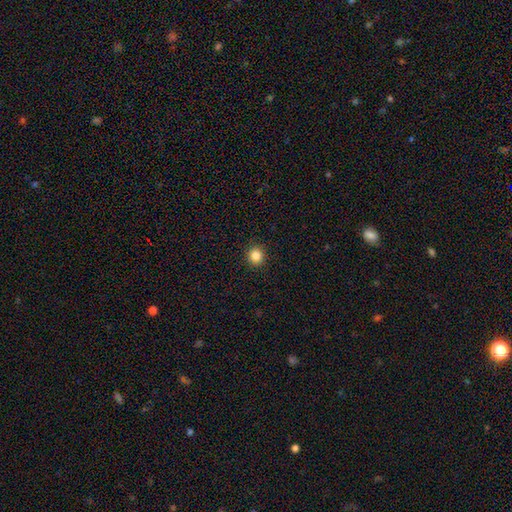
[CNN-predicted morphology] smooth-or-featured: smooth: 86% | star or artifact: 11% | featured or disk: 4%
  how-rounded: round: 90% | in between: 9% | cigar-shaped: 1%
  merging: none: 92% | minor disturbance: 5% | major disturbance: 2% | merger: 1%